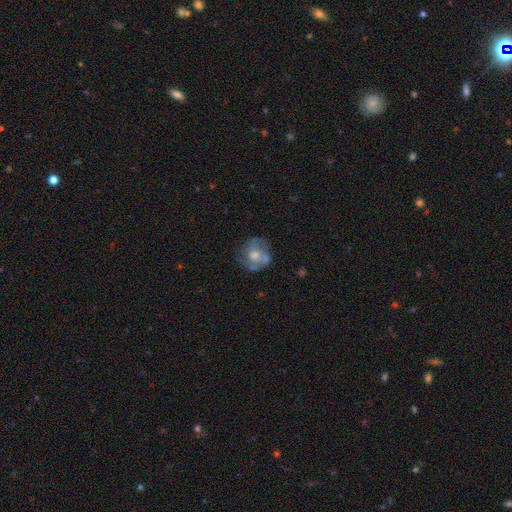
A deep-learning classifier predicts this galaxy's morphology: Smooth or featured? Predicted: featured or disk (p=0.53). Edge-on disk? Predicted: no (p=0.97). Bar? Predicted: no (p=0.79). Spiral arms? Predicted: no (p=0.53). Bulge size? Predicted: moderate (p=0.60). Merging? Predicted: none (p=0.56).